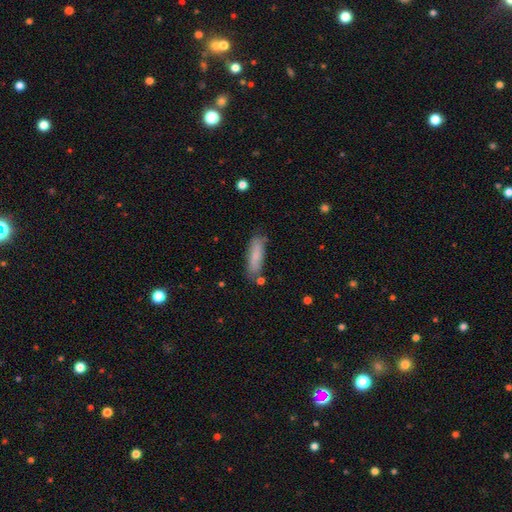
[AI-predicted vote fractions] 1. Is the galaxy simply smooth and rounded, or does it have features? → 80% smooth, 13% featured or disk, 7% star or artifact.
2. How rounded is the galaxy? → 54% cigar-shaped, 45% in between, 2% round.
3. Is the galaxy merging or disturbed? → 76% none, 16% minor disturbance, 4% merger, 4% major disturbance.